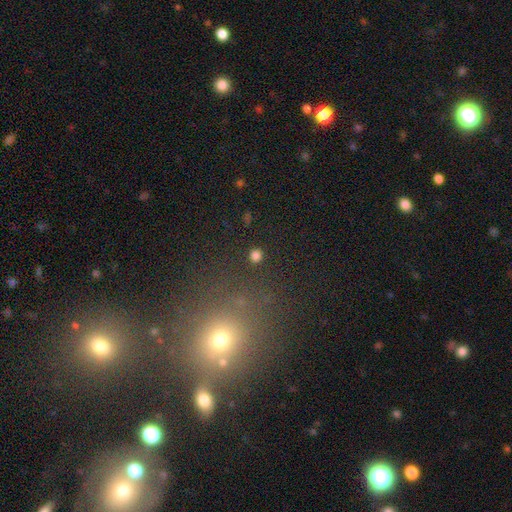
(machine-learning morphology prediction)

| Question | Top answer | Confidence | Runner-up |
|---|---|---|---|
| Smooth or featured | smooth | 81% | star or artifact (15%) |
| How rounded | round | 91% | in between (7%) |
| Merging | none | 90% | minor disturbance (5%) |